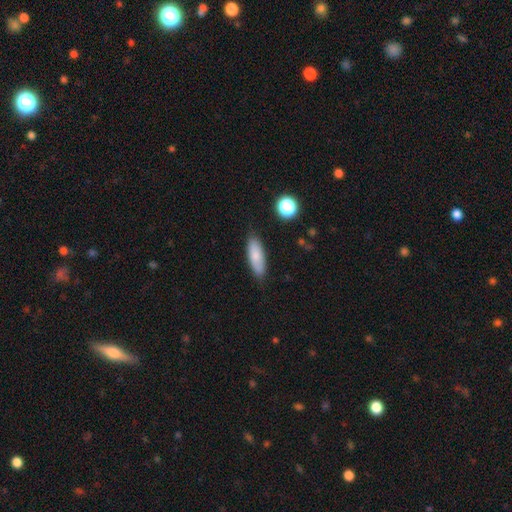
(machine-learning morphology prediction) Smooth or featured? Predicted: smooth (p=0.81). How rounded? Predicted: in between (p=0.62). Merging? Predicted: none (p=0.83).